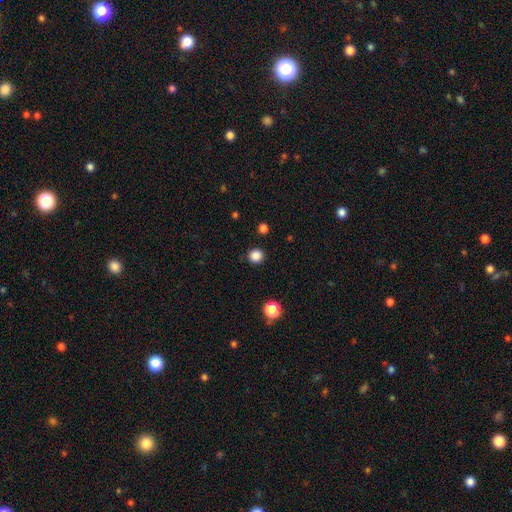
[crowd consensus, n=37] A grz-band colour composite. It shows a smooth galaxy with no disk features (95%) that is round (97%). Merging: none (83%).